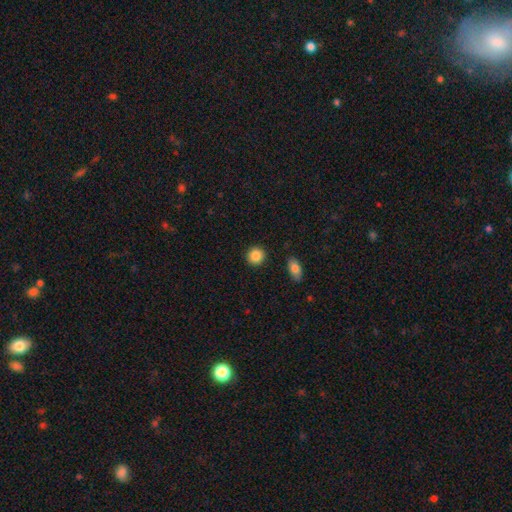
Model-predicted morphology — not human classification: A smooth galaxy with no disk features (88%) that is round (90%).

Vote fractions:
- Smooth or featured? smooth: 88% / star or artifact: 8% / featured or disk: 4%
- How rounded? round: 90% / in between: 9% / cigar-shaped: 1%
- Merging? none: 90% / minor disturbance: 6% / major disturbance: 2% / merger: 2%